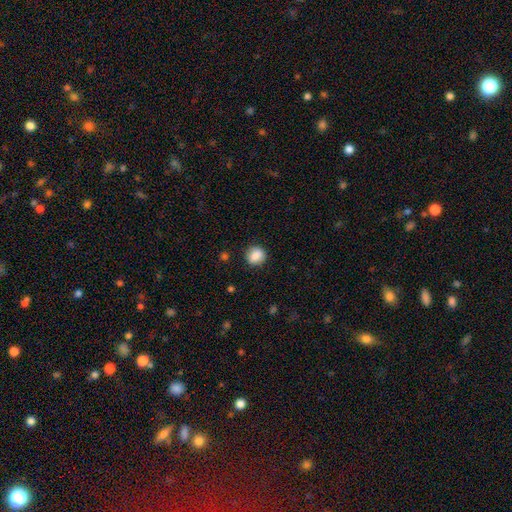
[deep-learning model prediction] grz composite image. It shows a smooth galaxy with no disk features (85%) that is round (81%). Merging: none (86%).